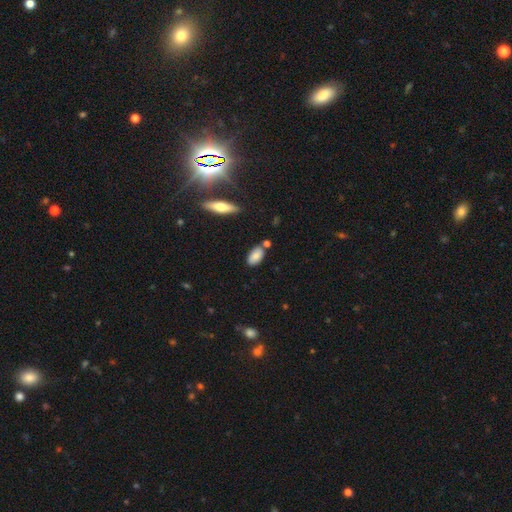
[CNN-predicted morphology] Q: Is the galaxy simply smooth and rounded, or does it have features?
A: smooth — 82%.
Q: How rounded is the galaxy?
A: in between — 92%.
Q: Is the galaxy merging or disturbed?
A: none — 71%.